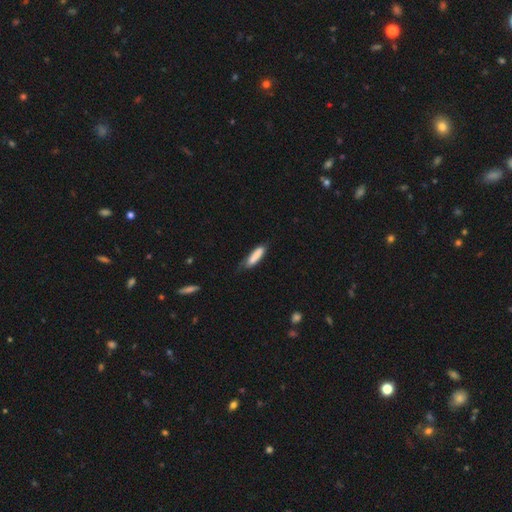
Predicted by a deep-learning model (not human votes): Smooth or featured?
  - smooth: 80% *
  - featured or disk: 14%
  - star or artifact: 6%
How rounded?
  - cigar-shaped: 71% *
  - in between: 27%
  - round: 1%
Merging?
  - none: 57% *
  - minor disturbance: 31%
  - major disturbance: 8%
  - merger: 4%